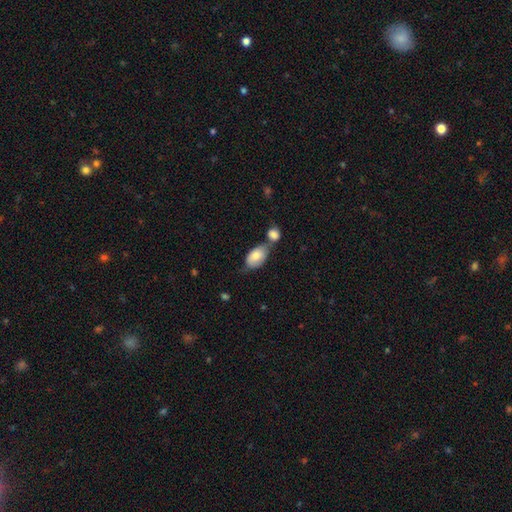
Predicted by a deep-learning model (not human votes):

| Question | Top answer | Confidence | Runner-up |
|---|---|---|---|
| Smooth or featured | smooth | 78% | featured or disk (16%) |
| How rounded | in between | 91% | round (7%) |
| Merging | merger | 43% | none (35%) |